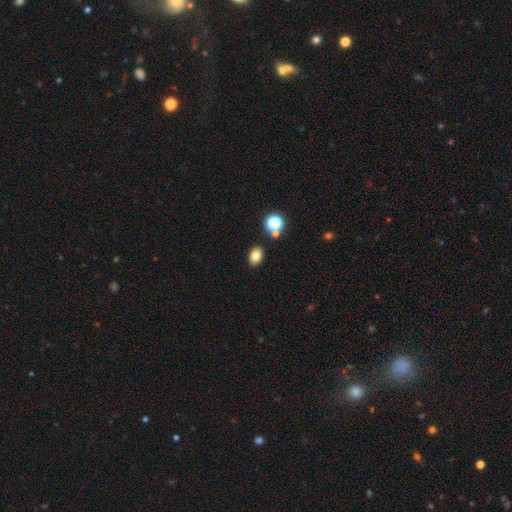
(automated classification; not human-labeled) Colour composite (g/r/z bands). It shows a smooth galaxy with no disk features (80%) that is in between round and cigar-shaped (74%). Merging: none (86%).